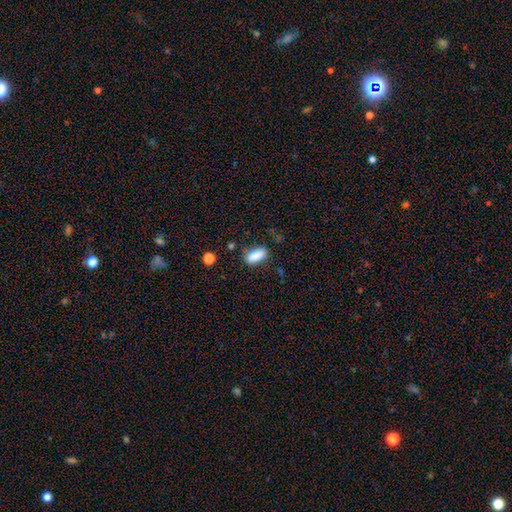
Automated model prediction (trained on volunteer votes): smooth-or-featured: smooth: 85% | star or artifact: 8% | featured or disk: 6%
  how-rounded: in between: 75% | cigar-shaped: 21% | round: 4%
  merging: none: 75% | minor disturbance: 16% | major disturbance: 5% | merger: 4%